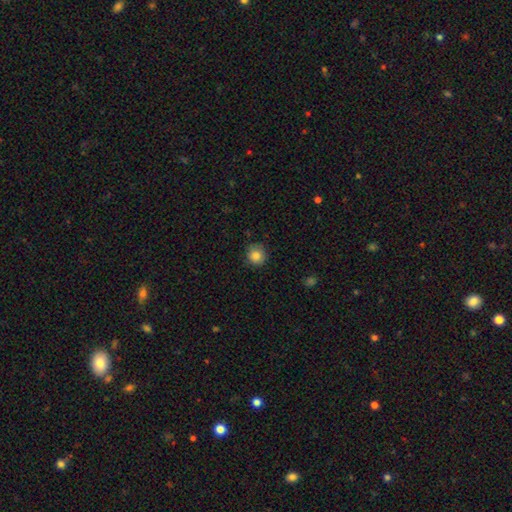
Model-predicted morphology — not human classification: A smooth galaxy with no disk features (85%) that is round (91%). Merging: none (84%).